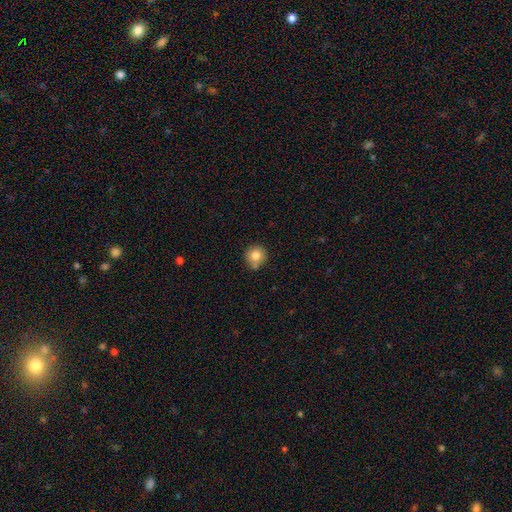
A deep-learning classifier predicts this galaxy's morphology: This is clearly a smooth galaxy (82%). How rounded: clearly round (93%). Merging: likely none (71%).